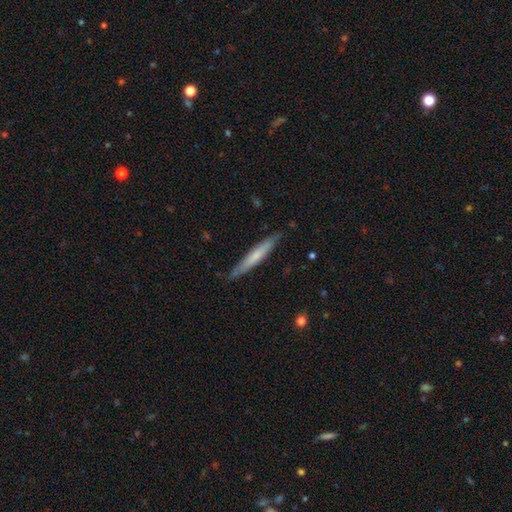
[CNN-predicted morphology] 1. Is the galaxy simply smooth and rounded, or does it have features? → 57% smooth, 38% featured or disk, 5% star or artifact.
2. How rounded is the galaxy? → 95% cigar-shaped, 4% in between, 1% round.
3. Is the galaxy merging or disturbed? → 86% none, 11% minor disturbance, 2% major disturbance, 1% merger.